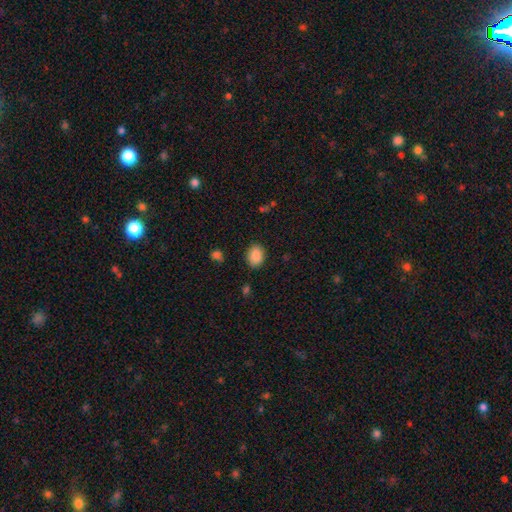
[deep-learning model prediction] A smooth galaxy with no disk features (89%) that is in between round and cigar-shaped (67%).

Vote fractions:
- Smooth or featured? smooth: 89% / star or artifact: 8% / featured or disk: 4%
- How rounded? in between: 67% / round: 32% / cigar-shaped: 1%
- Merging? none: 87% / minor disturbance: 9% / major disturbance: 3% / merger: 1%